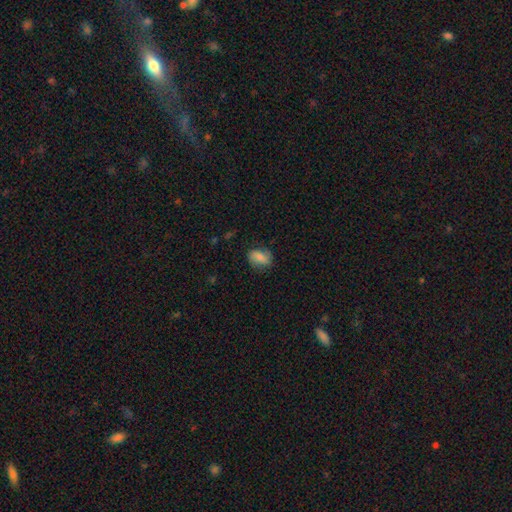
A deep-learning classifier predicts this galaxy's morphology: smooth_or_featured: smooth (p=0.59) [alt: featured or disk p=0.29]
how_rounded: in between (p=0.72) [alt: round p=0.25]
merging: none (p=0.77) [alt: minor disturbance p=0.16]